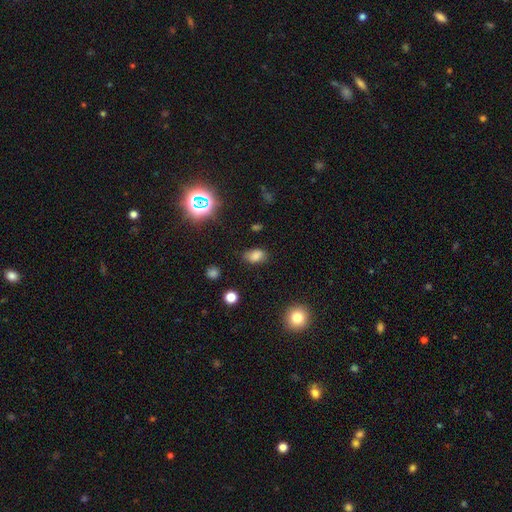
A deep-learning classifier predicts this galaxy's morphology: Q: Smooth or featured?
A: smooth (79%); runner-up: star or artifact (15%)
Q: How rounded?
A: in between (86%); runner-up: round (12%)
Q: Merging?
A: none (77%); runner-up: minor disturbance (17%)